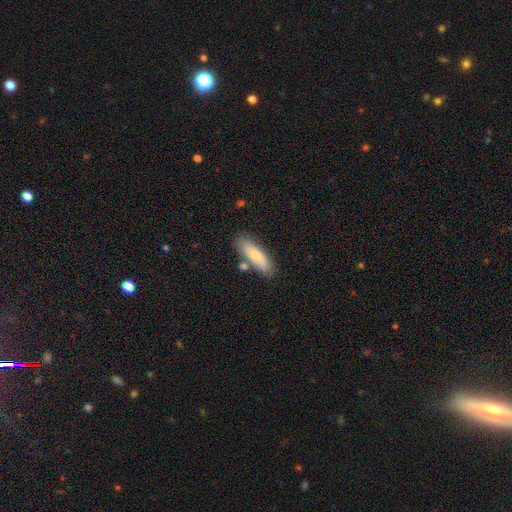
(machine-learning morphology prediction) Smooth or featured? smooth (66%)
How rounded? cigar-shaped (51%)
Merging? none (76%)